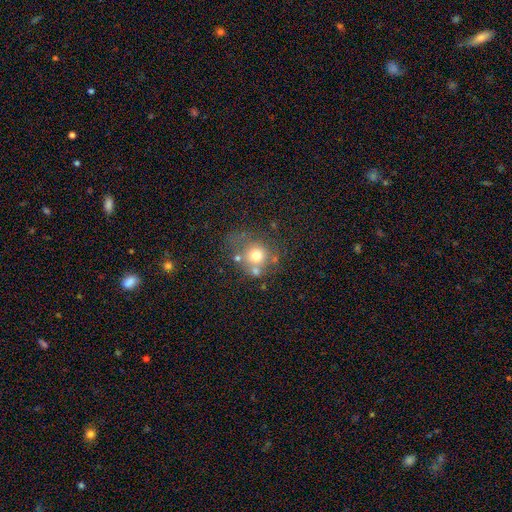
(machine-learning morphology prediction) Smooth or featured?
  - smooth: 66% *
  - featured or disk: 19%
  - star or artifact: 15%
How rounded?
  - round: 83% *
  - in between: 16%
  - cigar-shaped: 1%
Merging?
  - none: 52% *
  - merger: 21%
  - minor disturbance: 16%
  - major disturbance: 11%